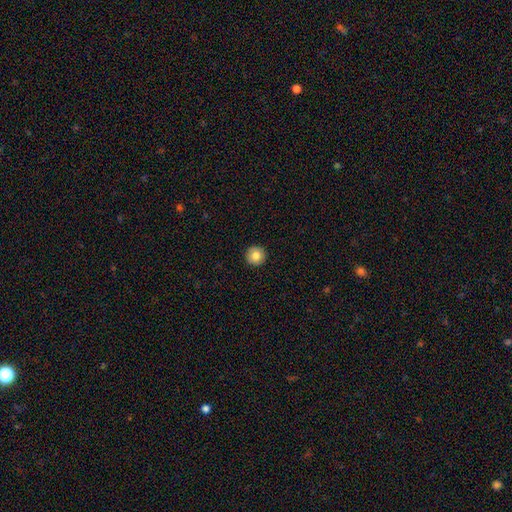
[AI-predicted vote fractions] A smooth galaxy with no disk features (82%) that is round (96%). Merging: none (94%).